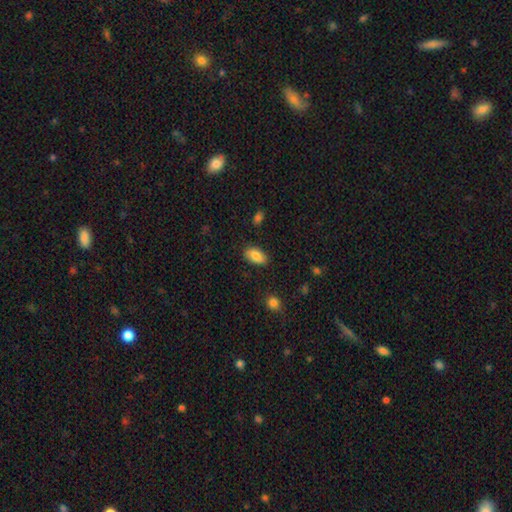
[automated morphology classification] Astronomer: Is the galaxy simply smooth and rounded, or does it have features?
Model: smooth — 86%.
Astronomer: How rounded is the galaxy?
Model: in between — 93%.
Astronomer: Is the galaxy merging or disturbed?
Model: none — 84%.